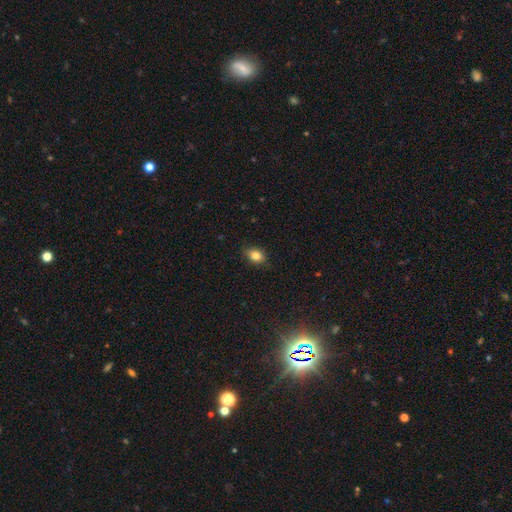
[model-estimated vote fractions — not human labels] A smooth galaxy with no disk features (83%) that is in between round and cigar-shaped (70%).

Vote fractions:
- Smooth or featured? smooth: 83% / star or artifact: 10% / featured or disk: 8%
- How rounded? in between: 70% / round: 29% / cigar-shaped: 2%
- Merging? none: 82% / minor disturbance: 15% / major disturbance: 3% / merger: 1%